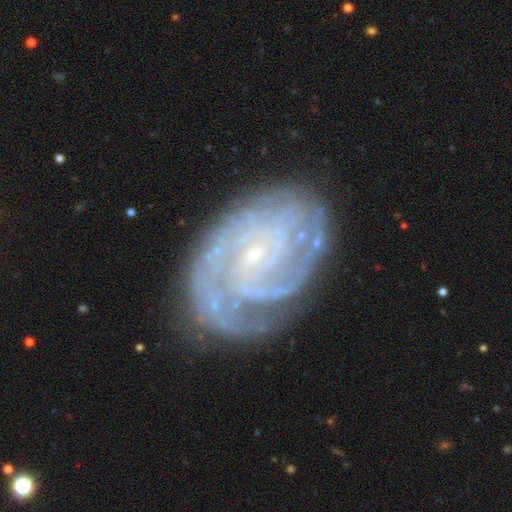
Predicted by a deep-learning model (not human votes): Morphology: type=featured or disk (88%); edge-on=no (97%); bar=no (63%); spiral arms=yes (97%); winding=tight (73%); arm count=can't tell (26%); bulge=small (85%); merging=none (75%).